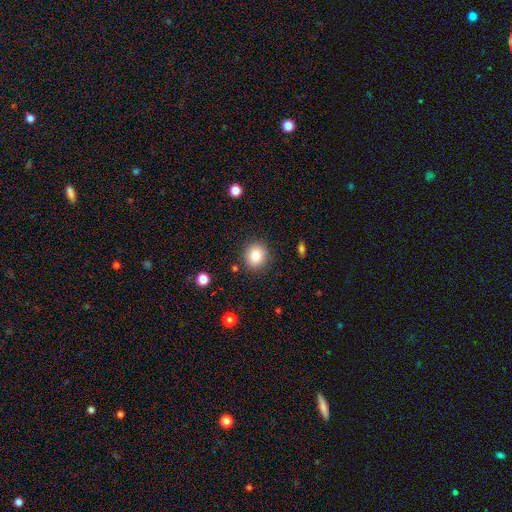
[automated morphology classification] Smooth or featured?
  - smooth: 83% *
  - star or artifact: 10%
  - featured or disk: 7%
How rounded?
  - round: 82% *
  - in between: 17%
  - cigar-shaped: 1%
Merging?
  - none: 87% *
  - minor disturbance: 8%
  - major disturbance: 3%
  - merger: 2%